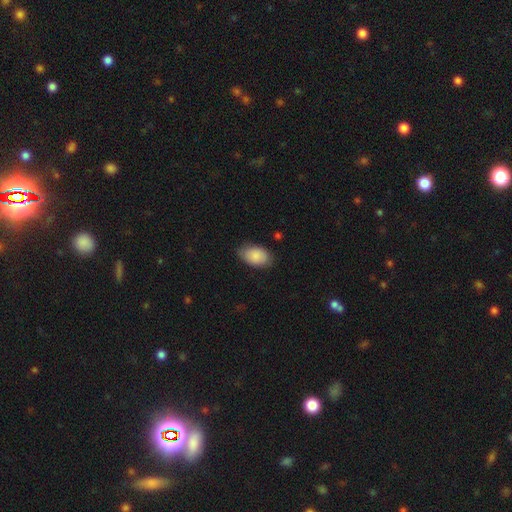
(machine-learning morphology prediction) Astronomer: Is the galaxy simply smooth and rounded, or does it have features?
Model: smooth — 88%.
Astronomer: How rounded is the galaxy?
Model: in between — 93%.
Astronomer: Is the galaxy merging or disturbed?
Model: none — 79%.